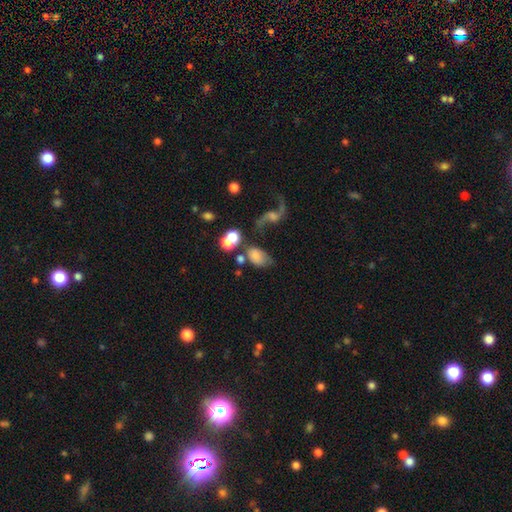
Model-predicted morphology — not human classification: Smooth or featured? Predicted: smooth (p=0.60). How rounded? Predicted: in between (p=0.78). Merging? Predicted: none (p=0.36).